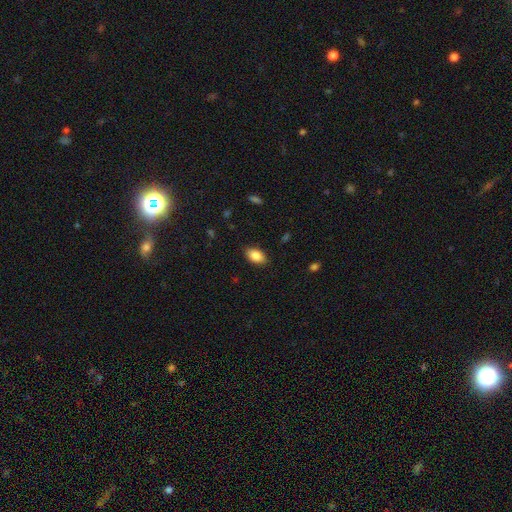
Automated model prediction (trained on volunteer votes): Smooth or featured?
  - smooth: 86% *
  - star or artifact: 7%
  - featured or disk: 6%
How rounded?
  - in between: 91% *
  - round: 7%
  - cigar-shaped: 2%
Merging?
  - none: 86% *
  - minor disturbance: 10%
  - major disturbance: 2%
  - merger: 1%